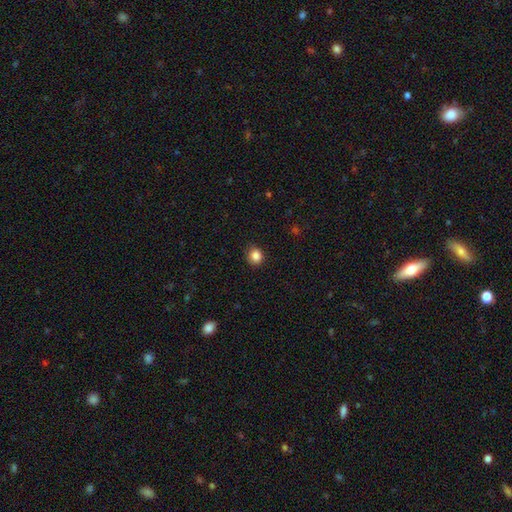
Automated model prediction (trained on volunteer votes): A smooth galaxy with no disk features (86%) that is round (81%).

Vote fractions:
- Smooth or featured? smooth: 86% / star or artifact: 11% / featured or disk: 4%
- How rounded? round: 81% / in between: 18% / cigar-shaped: 1%
- Merging? none: 87% / minor disturbance: 10% / major disturbance: 2% / merger: 1%